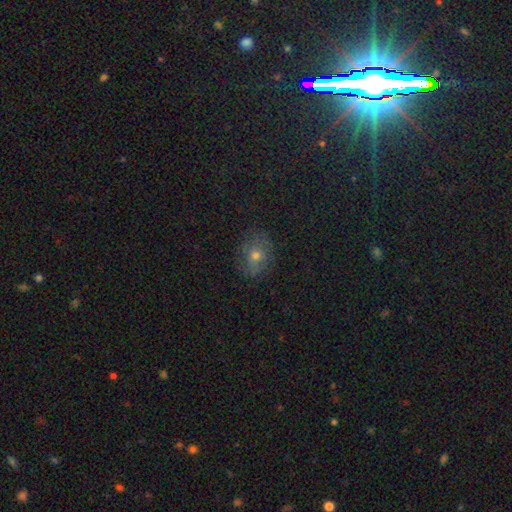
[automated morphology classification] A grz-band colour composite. It shows a smooth galaxy with no disk features (55%) that is in between round and cigar-shaped (50%). Merging: none (76%).